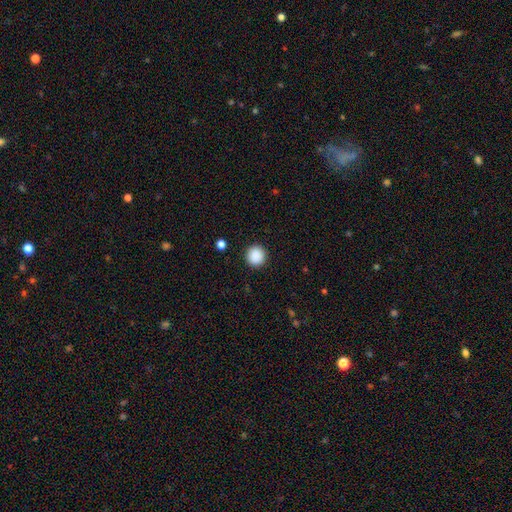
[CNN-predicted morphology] smooth 89%, star or artifact 9%, featured or disk 2%. Down the decision tree: how rounded — round (94%); merging — none (92%).